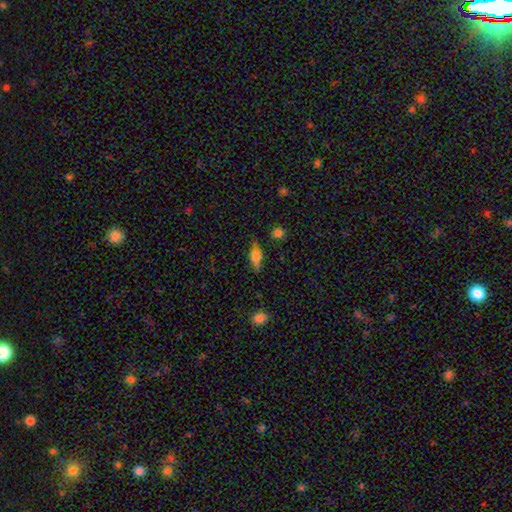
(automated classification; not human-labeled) Morphology: type=smooth (68%); roundness=in between (74%); merging=none (61%).